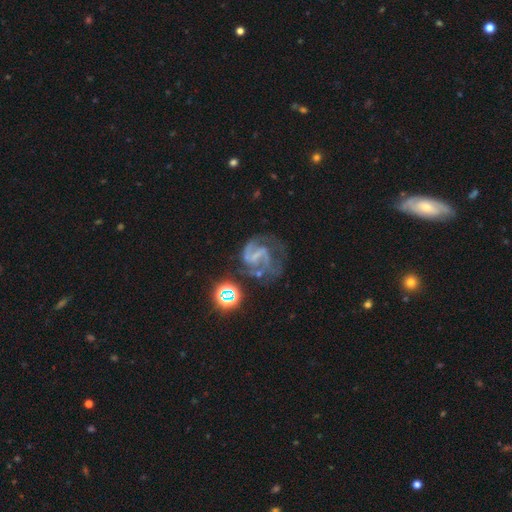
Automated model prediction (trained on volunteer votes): Smooth or featured? featured or disk (81%)
Edge-on disk? no (98%)
Bar? weak (45%)
Spiral arms? yes (92%)
Spiral winding? medium (51%)
Spiral arm count? 2 (71%)
Bulge size? none (50%)
Merging? none (44%)